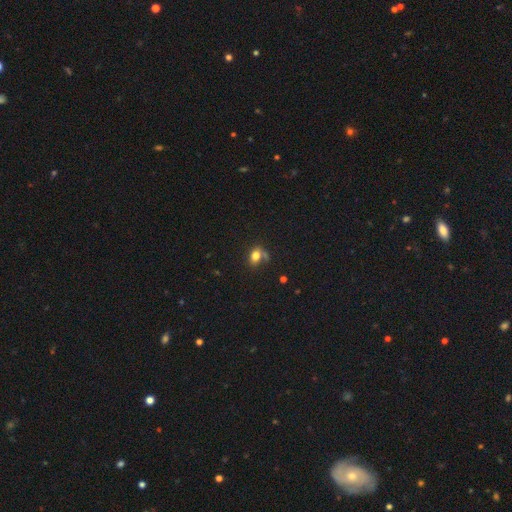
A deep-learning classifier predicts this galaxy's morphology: The model was most divided on "merging": none: 50%, minor disturbance: 20%, merger: 17%, major disturbance: 12%. More confident: smooth or featured — smooth (78%); how rounded — in between (69%).